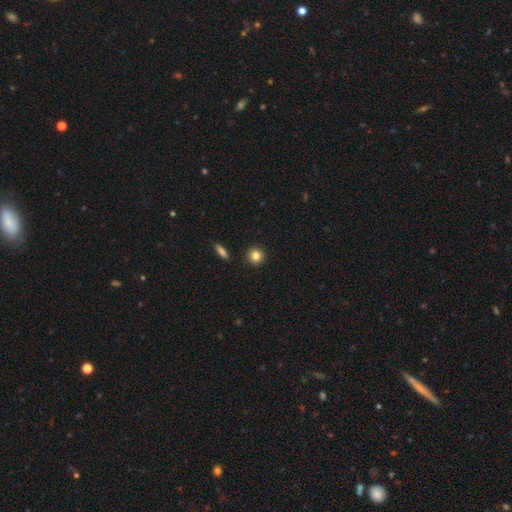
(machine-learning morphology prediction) Q: Smooth or featured?
A: smooth (84%); runner-up: star or artifact (10%)
Q: How rounded?
A: round (92%); runner-up: in between (7%)
Q: Merging?
A: none (92%); runner-up: minor disturbance (5%)